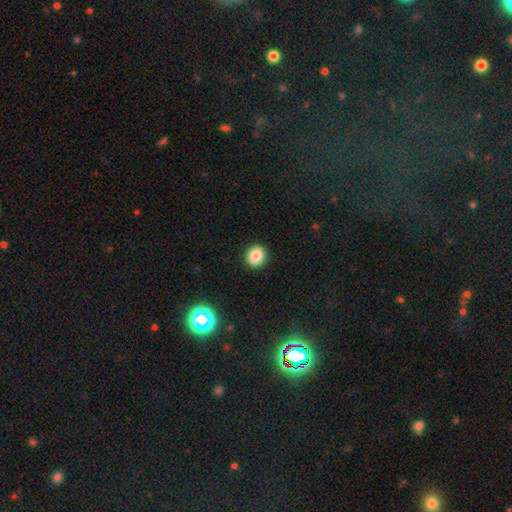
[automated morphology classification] Smooth or featured? smooth (85%)
How rounded? round (77%)
Merging? none (91%)